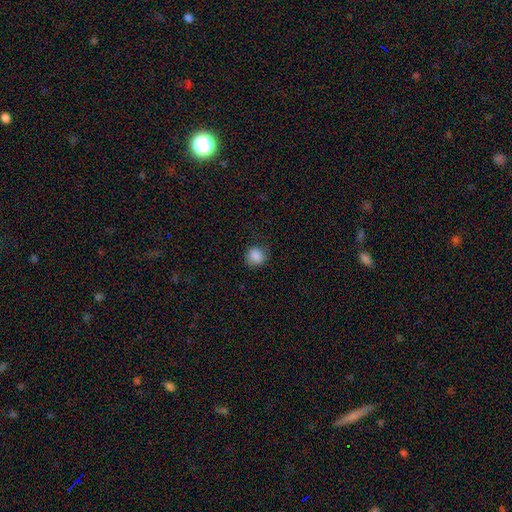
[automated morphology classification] smooth 86%, star or artifact 9%, featured or disk 4%. Down the decision tree: how rounded — round (83%); merging — none (77%).